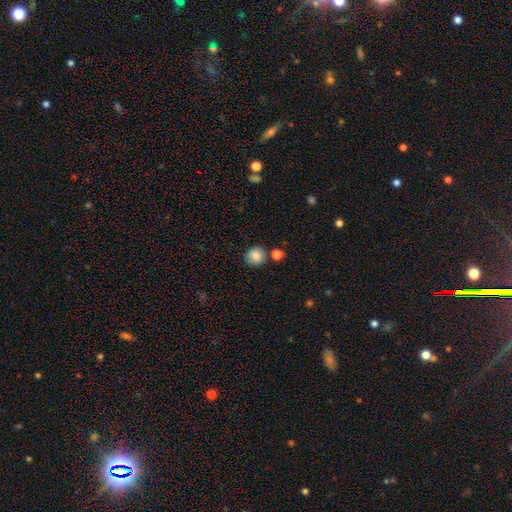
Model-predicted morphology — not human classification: smooth_or_featured: smooth (p=0.84) [alt: star or artifact p=0.09]
how_rounded: round (p=0.91) [alt: in between p=0.08]
merging: none (p=0.82) [alt: minor disturbance p=0.09]